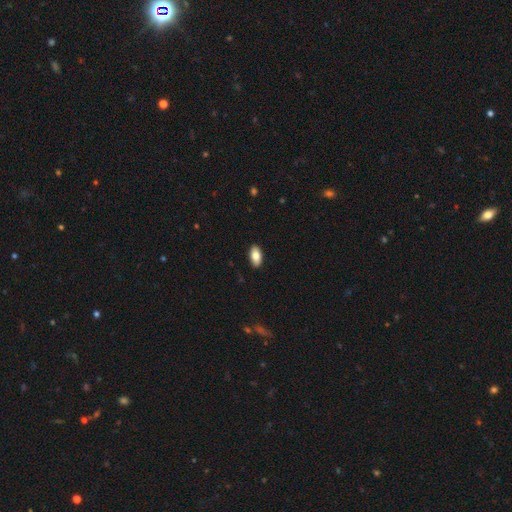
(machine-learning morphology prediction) Smooth or featured: smooth — 83% (featured or disk — 11%)
How rounded: in between — 93% (cigar-shaped — 4%)
Merging: none — 90% (minor disturbance — 7%)